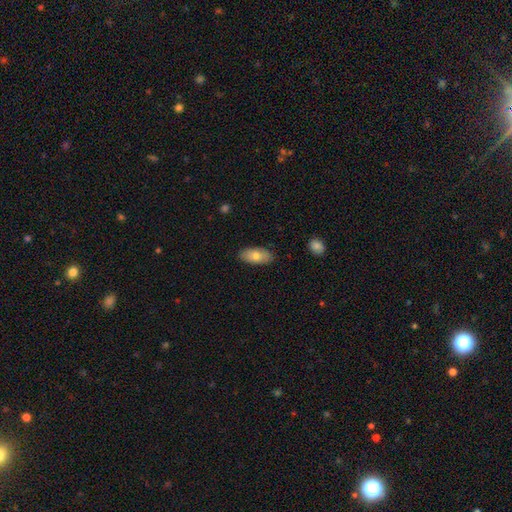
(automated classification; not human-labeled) This is likely a smooth galaxy (76%). How rounded: clearly in between (89%). Merging: clearly none (87%).